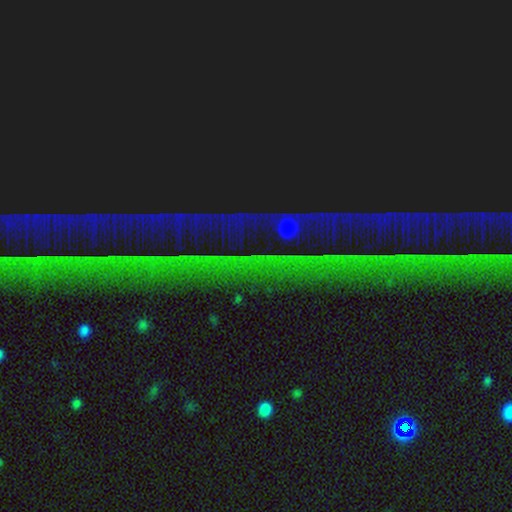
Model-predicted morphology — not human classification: Overall: star or artifact (86%).